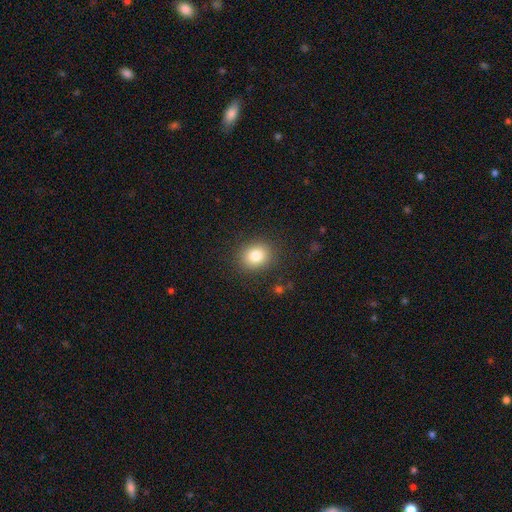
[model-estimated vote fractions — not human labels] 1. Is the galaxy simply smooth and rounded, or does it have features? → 81% smooth, 11% star or artifact, 8% featured or disk.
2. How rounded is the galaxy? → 71% round, 28% in between, 1% cigar-shaped.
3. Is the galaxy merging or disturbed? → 87% none, 9% minor disturbance, 3% major disturbance, 1% merger.